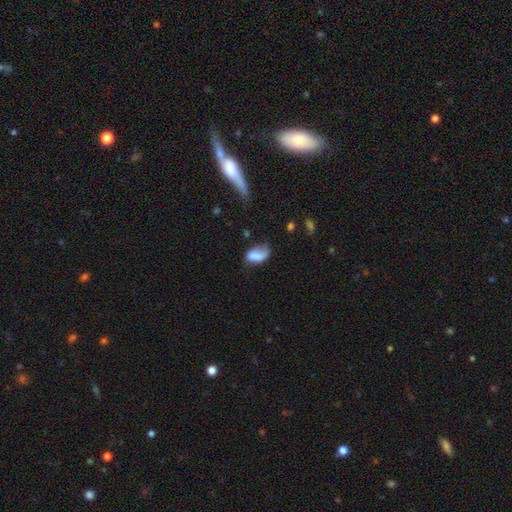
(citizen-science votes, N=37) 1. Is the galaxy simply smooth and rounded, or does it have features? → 84% smooth, 16% featured or disk, 0% star or artifact.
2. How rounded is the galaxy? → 94% in between, 3% round, 3% cigar-shaped.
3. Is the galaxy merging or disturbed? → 32% minor disturbance, 30% none, 27% major disturbance, 11% merger.